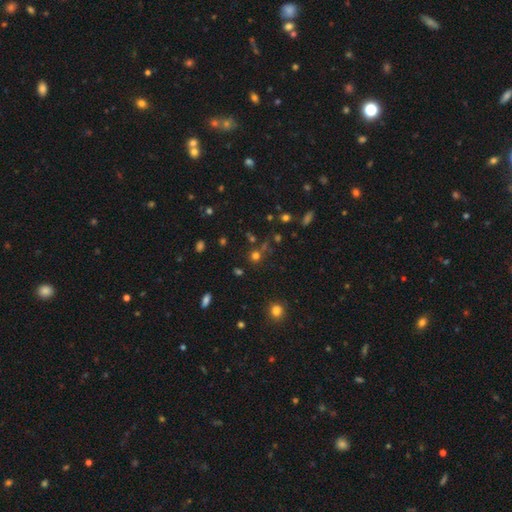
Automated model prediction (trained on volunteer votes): Smooth or featured: smooth — 63% (star or artifact — 30%)
How rounded: round — 90% (in between — 9%)
Merging: none — 73% (merger — 13%)